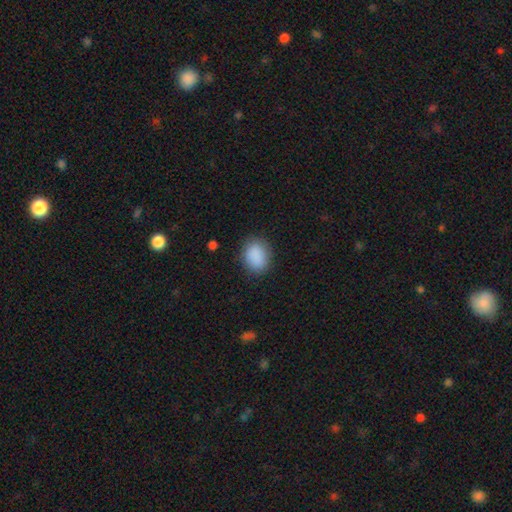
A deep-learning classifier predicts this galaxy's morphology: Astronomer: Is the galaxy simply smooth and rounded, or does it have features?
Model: smooth — 88%.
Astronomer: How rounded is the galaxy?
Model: in between — 57% (runner-up: round, 42%).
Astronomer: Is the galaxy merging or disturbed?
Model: none — 84%.